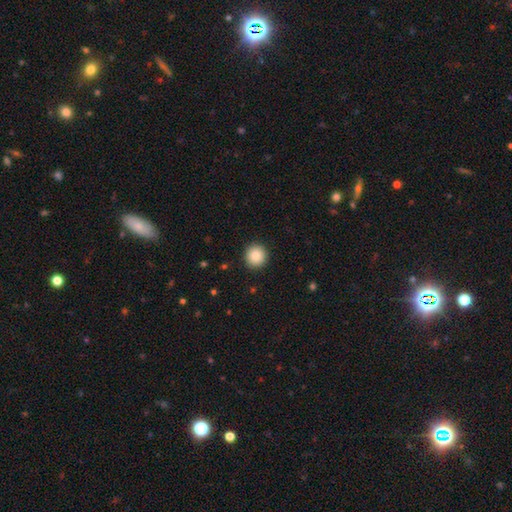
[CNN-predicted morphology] The model was most divided on "smooth or featured": smooth: 89%, star or artifact: 8%, featured or disk: 3%. More confident: how rounded — round (94%); merging — none (92%).